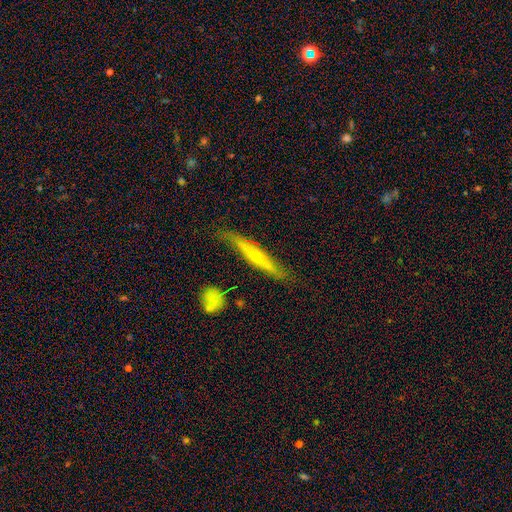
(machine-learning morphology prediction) Smooth or featured? featured or disk (67%)
Edge-on disk? yes (85%)
Edge-on bulge? rounded (84%)
Merging? none (75%)